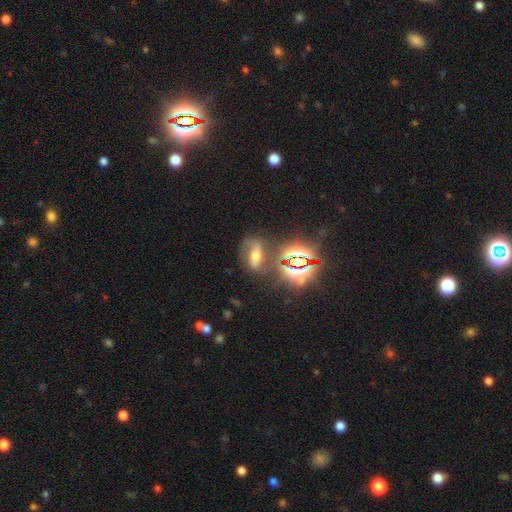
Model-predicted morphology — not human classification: A featured or disk galaxy (45%). Merging: none (66%).